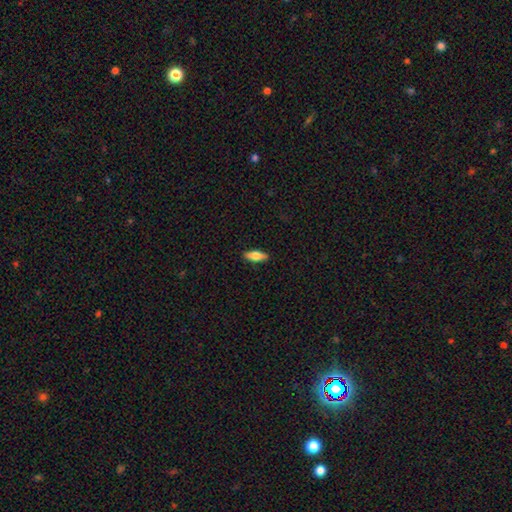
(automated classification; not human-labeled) smooth_or_featured: smooth (p=0.69) [alt: featured or disk p=0.25]
how_rounded: in between (p=0.66) [alt: cigar-shaped p=0.31]
merging: none (p=0.89) [alt: minor disturbance p=0.08]